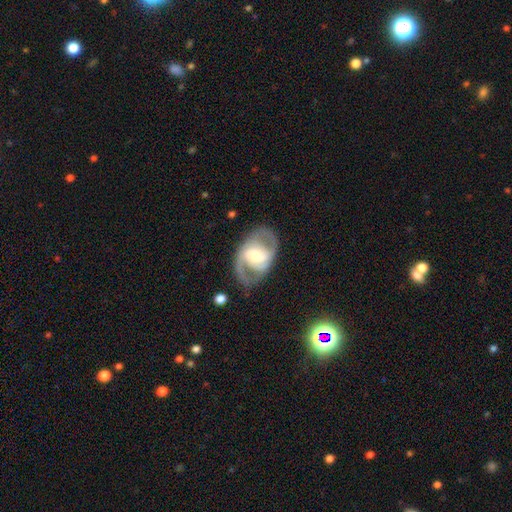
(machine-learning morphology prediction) Overall: featured or disk (81%). Edge-on disk: no (96%). Bar: weak (45%; strong 30%). Spiral arms: yes (88%). Spiral arm count: 2 (80%). Spiral winding: medium (53%; tight 26%). Bulge size: moderate (57%; small 25%). Merging: none (71%).